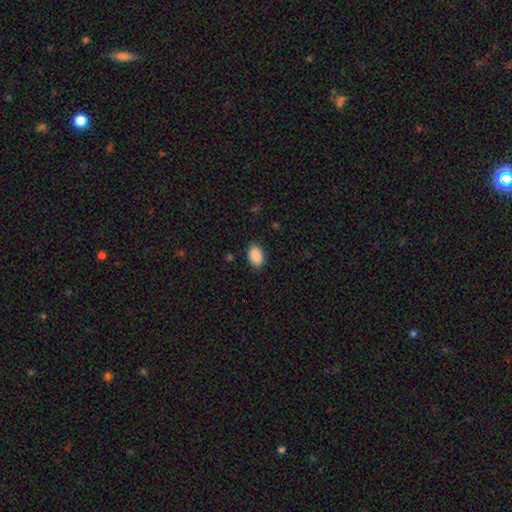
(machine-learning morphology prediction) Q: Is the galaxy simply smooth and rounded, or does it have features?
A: smooth — 90%.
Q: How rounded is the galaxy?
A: in between — 89%.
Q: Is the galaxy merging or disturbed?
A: none — 86%.